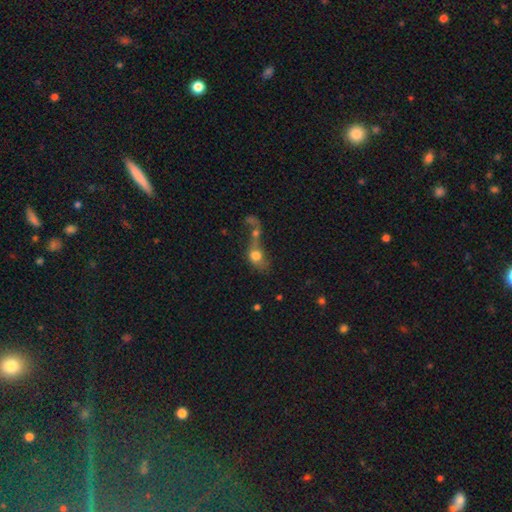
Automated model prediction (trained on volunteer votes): Smooth or featured?
  - smooth: 67% *
  - featured or disk: 21%
  - star or artifact: 12%
How rounded?
  - in between: 50% *
  - round: 46%
  - cigar-shaped: 4%
Merging?
  - merger: 62% *
  - major disturbance: 17%
  - none: 13%
  - minor disturbance: 7%